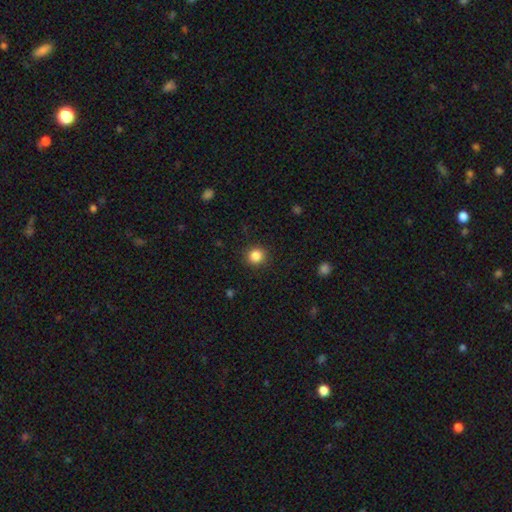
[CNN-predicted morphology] Smooth or featured? Predicted: smooth (p=0.85). How rounded? Predicted: round (p=0.92). Merging? Predicted: none (p=0.91).